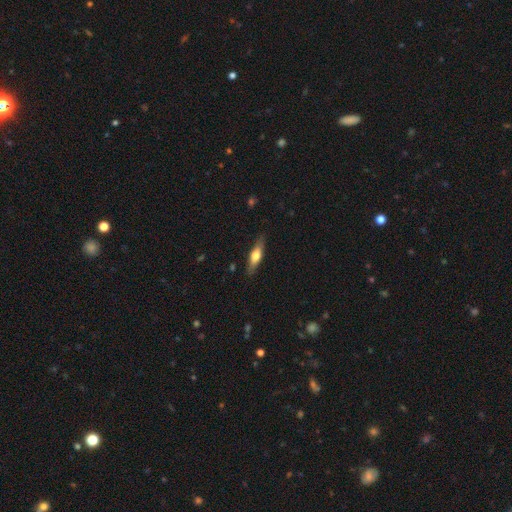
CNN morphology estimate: Smooth or featured: smooth — 51% (featured or disk — 43%)
How rounded: cigar-shaped — 59% (in between — 38%)
Merging: none — 85% (minor disturbance — 12%)